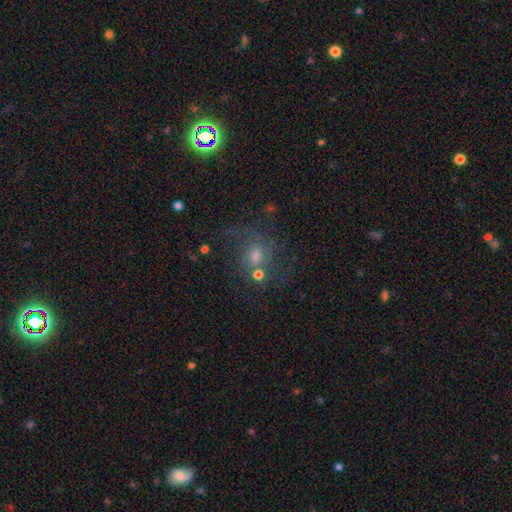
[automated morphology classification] featured or disk 47%, smooth 29%, star or artifact 24%. Down the decision tree: merging — none (52%).